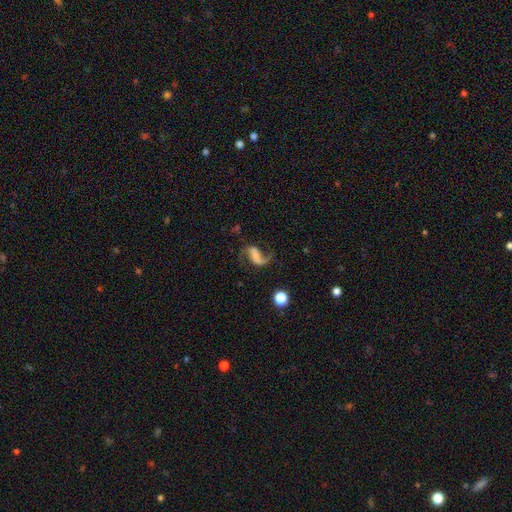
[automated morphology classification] Smooth or featured? featured or disk (83%)
Edge-on disk? no (97%)
Bar? weak (36%)
Spiral arms? yes (95%)
Spiral winding? loose (76%)
Spiral arm count? 2 (84%)
Bulge size? none (39%)
Merging? none (62%)